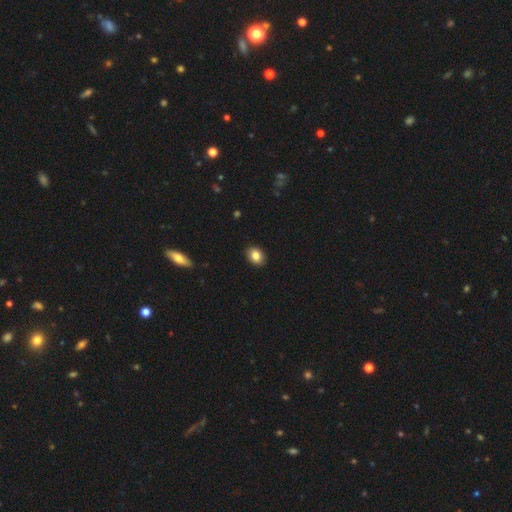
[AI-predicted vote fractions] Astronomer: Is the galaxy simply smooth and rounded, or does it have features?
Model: smooth — 85%.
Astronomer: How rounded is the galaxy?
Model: in between — 67%.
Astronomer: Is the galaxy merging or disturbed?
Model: none — 90%.